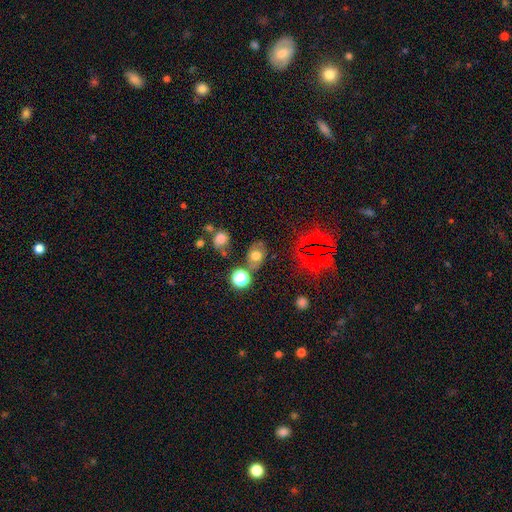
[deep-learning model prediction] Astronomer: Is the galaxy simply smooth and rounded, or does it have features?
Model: smooth — 60%.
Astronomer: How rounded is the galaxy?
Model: in between — 64%.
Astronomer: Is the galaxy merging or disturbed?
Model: none — 67%.